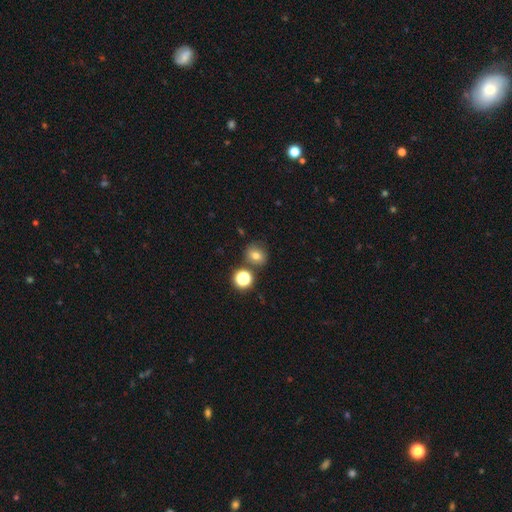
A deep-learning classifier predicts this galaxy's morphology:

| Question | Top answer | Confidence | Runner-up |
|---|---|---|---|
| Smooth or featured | smooth | 70% | star or artifact (18%) |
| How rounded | round | 75% | in between (24%) |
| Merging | none | 74% | minor disturbance (12%) |